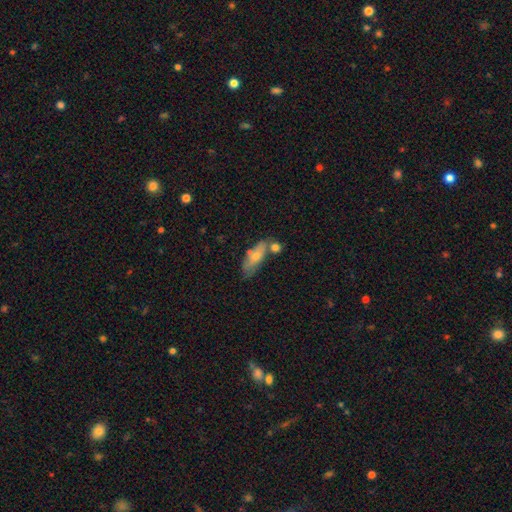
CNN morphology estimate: smooth-or-featured: smooth: 59% | featured or disk: 33% | star or artifact: 8%
  how-rounded: in between: 60% | cigar-shaped: 37% | round: 4%
  merging: none: 55% | minor disturbance: 21% | merger: 17% | major disturbance: 7%